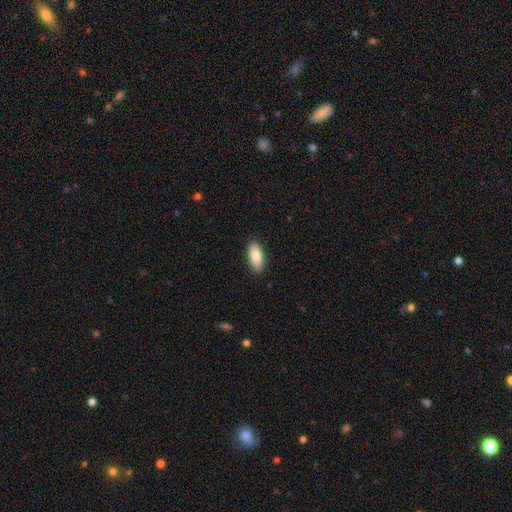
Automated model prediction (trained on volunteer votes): smooth_or_featured: smooth (p=0.82) [alt: featured or disk p=0.11]
how_rounded: in between (p=0.86) [alt: cigar-shaped p=0.12]
merging: none (p=0.89) [alt: minor disturbance p=0.09]